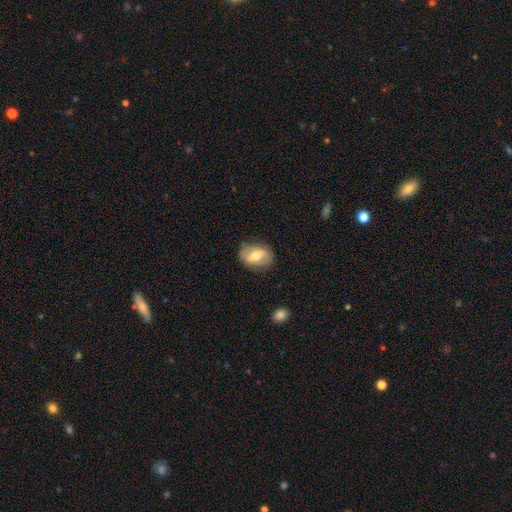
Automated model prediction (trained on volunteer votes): smooth_or_featured: smooth (p=0.53) [alt: featured or disk p=0.41]
how_rounded: in between (p=0.76) [alt: round p=0.22]
merging: none (p=0.74) [alt: minor disturbance p=0.19]